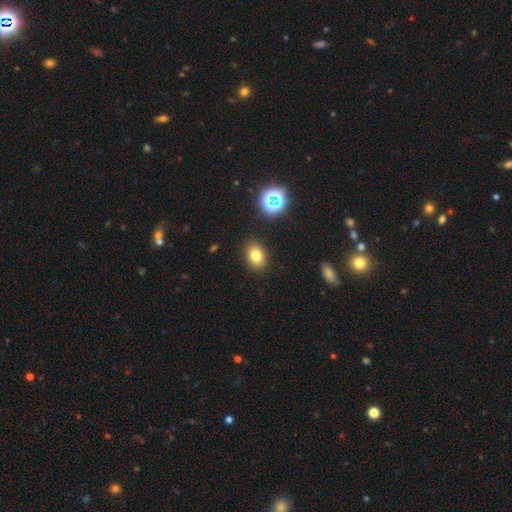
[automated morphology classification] The model was most divided on "how rounded": in between: 70%, round: 29%, cigar-shaped: 1%. More confident: merging — none (87%); smooth or featured — smooth (78%).